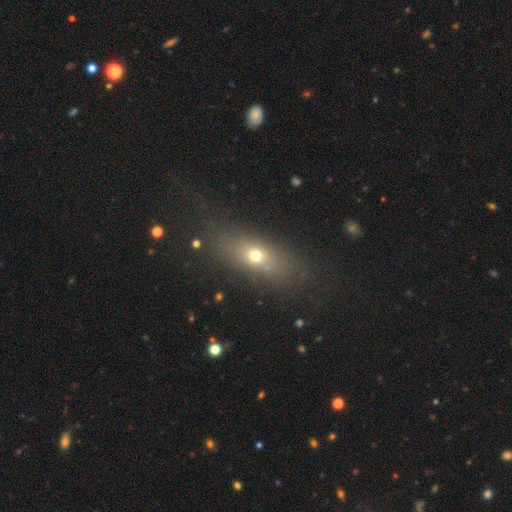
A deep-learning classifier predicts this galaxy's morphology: The model was most divided on "how rounded": in between: 62%, cigar-shaped: 20%, round: 18%. More confident: merging — none (77%); smooth or featured — smooth (64%).